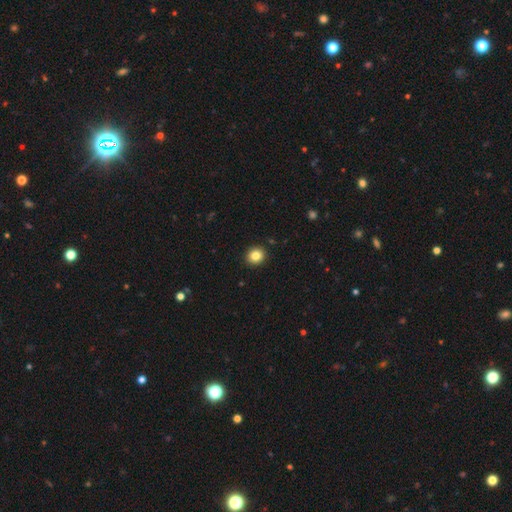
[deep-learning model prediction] Smooth or featured: smooth — 84% (star or artifact — 10%)
How rounded: round — 83% (in between — 16%)
Merging: none — 92% (minor disturbance — 5%)